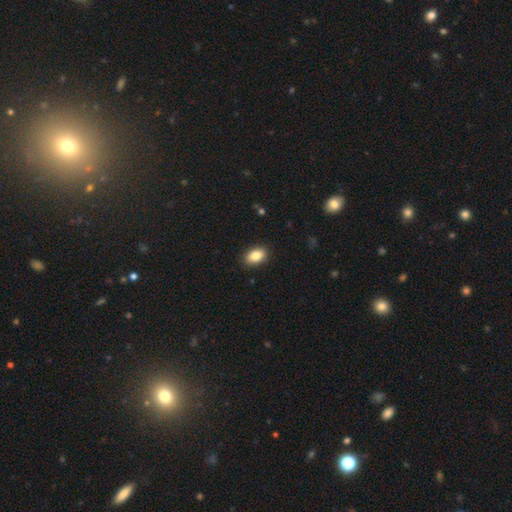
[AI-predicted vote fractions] The model was most divided on "smooth or featured": smooth: 85%, star or artifact: 8%, featured or disk: 7%. More confident: merging — none (89%); how rounded — in between (88%).